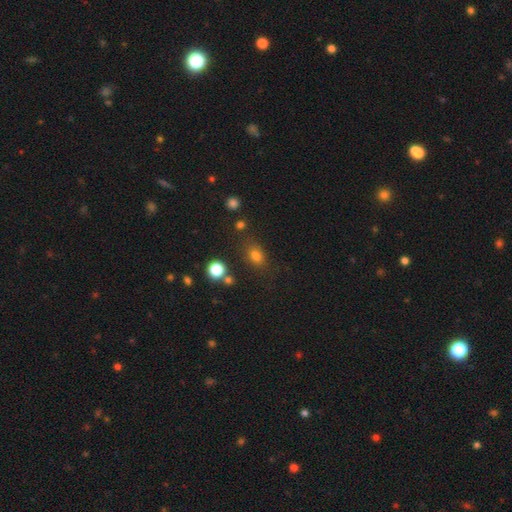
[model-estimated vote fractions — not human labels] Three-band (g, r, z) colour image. It shows a smooth galaxy with no disk features (78%) that is in between round and cigar-shaped (65%). Merging: none (72%).